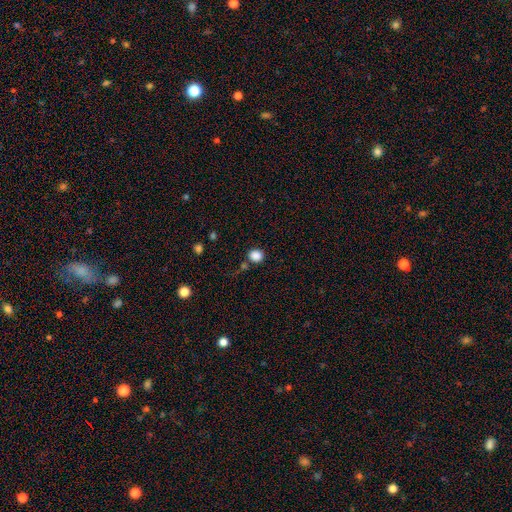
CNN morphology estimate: A smooth galaxy with no disk features (85%) that is round (83%).

Vote fractions:
- Smooth or featured? smooth: 85% / star or artifact: 11% / featured or disk: 3%
- How rounded? round: 83% / in between: 16% / cigar-shaped: 1%
- Merging? none: 79% / minor disturbance: 10% / merger: 7% / major disturbance: 4%